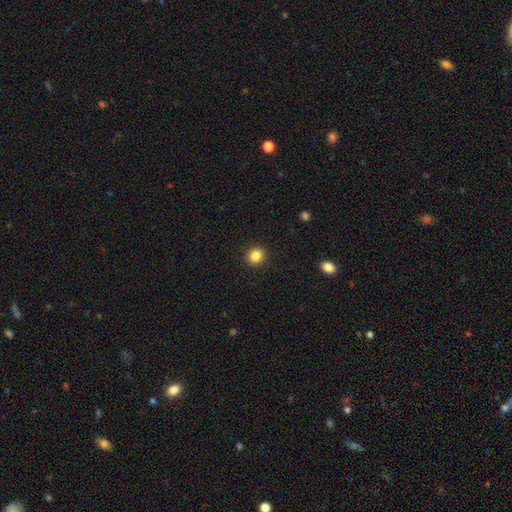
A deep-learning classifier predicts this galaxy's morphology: Smooth or featured?
  - smooth: 86% *
  - star or artifact: 10%
  - featured or disk: 4%
How rounded?
  - round: 83% *
  - in between: 16%
  - cigar-shaped: 1%
Merging?
  - none: 92% *
  - minor disturbance: 5%
  - major disturbance: 2%
  - merger: 1%